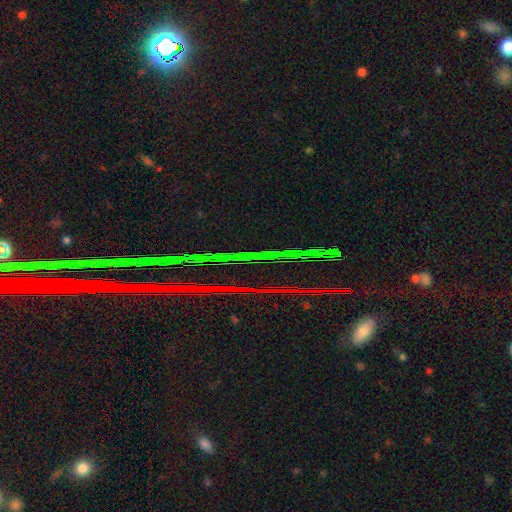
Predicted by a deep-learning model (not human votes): Smooth or featured? Predicted: star or artifact (p=0.82).